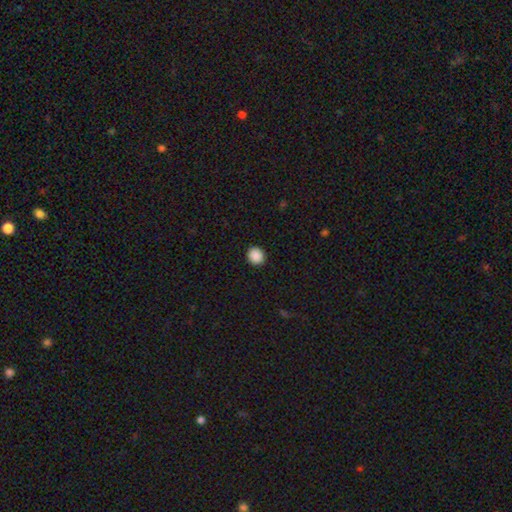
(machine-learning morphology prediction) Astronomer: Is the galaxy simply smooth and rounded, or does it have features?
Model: smooth — 89%.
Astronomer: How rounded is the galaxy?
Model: round — 79%.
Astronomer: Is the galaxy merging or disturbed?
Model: none — 92%.